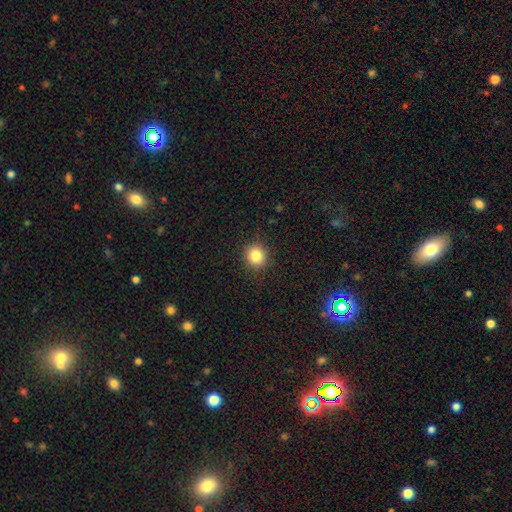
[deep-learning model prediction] This is clearly a smooth galaxy (83%). How rounded: clearly round (91%). Merging: clearly none (91%).